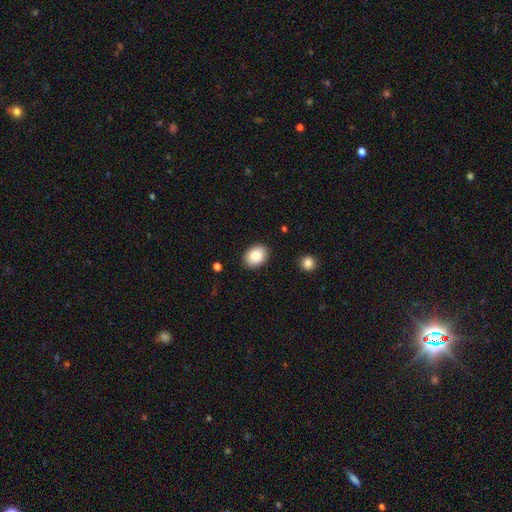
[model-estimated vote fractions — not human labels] The model was most divided on "how rounded": in between: 66%, round: 33%, cigar-shaped: 1%. More confident: merging — none (89%); smooth or featured — smooth (86%).